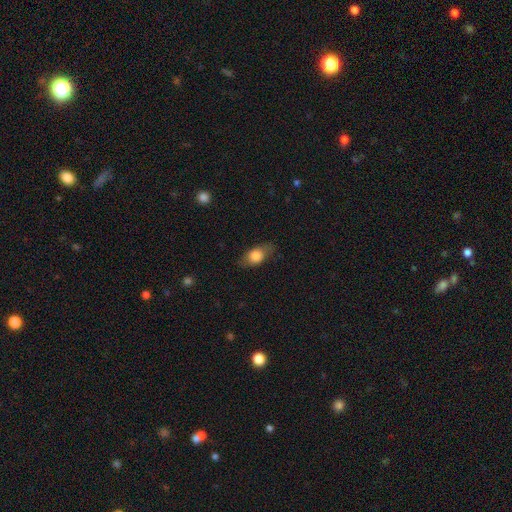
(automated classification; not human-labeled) Smooth or featured?
  - smooth: 73% *
  - featured or disk: 19%
  - star or artifact: 8%
How rounded?
  - in between: 72% *
  - round: 22%
  - cigar-shaped: 6%
Merging?
  - none: 72% *
  - minor disturbance: 20%
  - major disturbance: 7%
  - merger: 1%